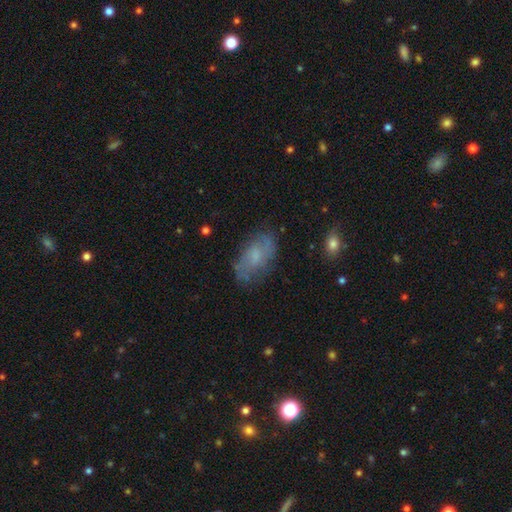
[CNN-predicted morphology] smooth_or_featured: smooth (p=0.46) [alt: featured or disk p=0.44]
merging: none (p=0.71) [alt: minor disturbance p=0.20]